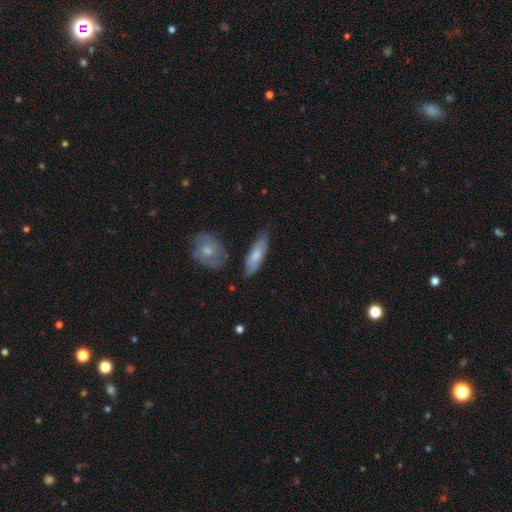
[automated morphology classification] Smooth or featured? smooth (70%)
How rounded? in between (52%)
Merging? none (70%)